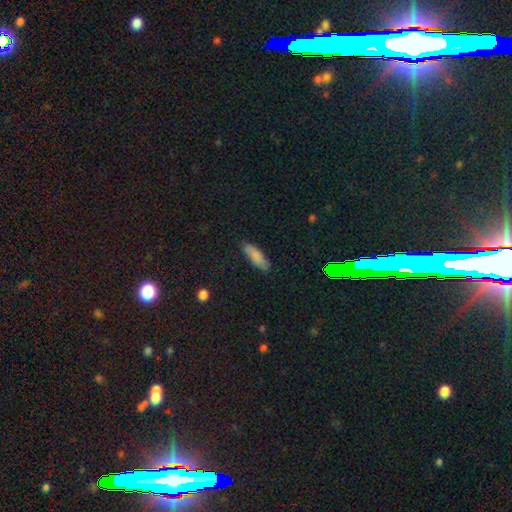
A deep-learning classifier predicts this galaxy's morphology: Smooth or featured? smooth (84%)
How rounded? in between (51%)
Merging? none (82%)